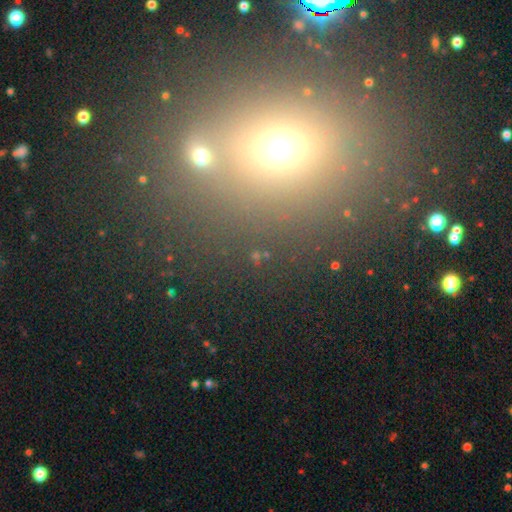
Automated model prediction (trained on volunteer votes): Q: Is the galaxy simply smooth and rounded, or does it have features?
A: star or artifact — 53%.